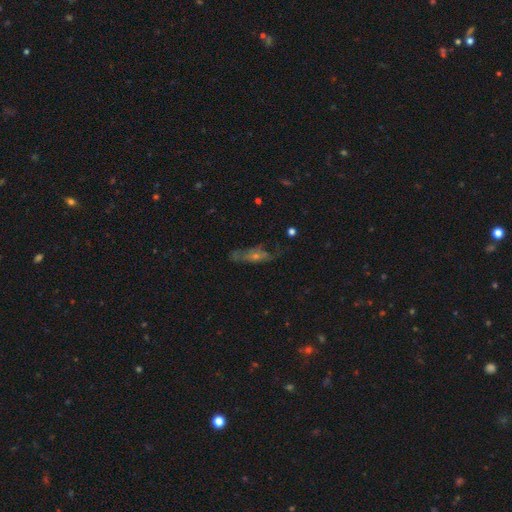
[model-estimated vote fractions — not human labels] Q: Smooth or featured?
A: featured or disk (49%); runner-up: smooth (31%)
Q: Merging?
A: none (57%); runner-up: minor disturbance (23%)